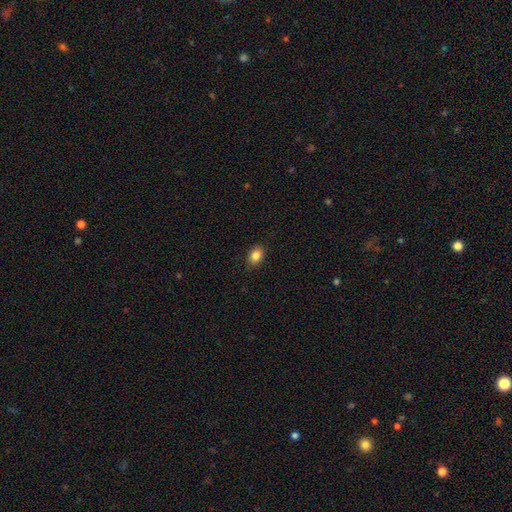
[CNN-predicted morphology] type=smooth (86%); roundness=in between (79%); merging=none (89%).